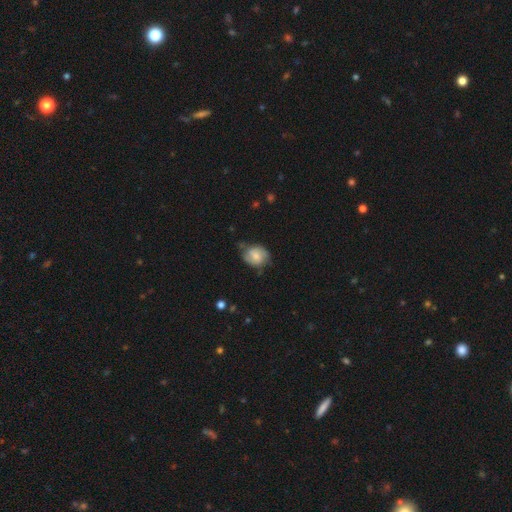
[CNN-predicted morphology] Smooth or featured? smooth (55%)
How rounded? round (55%)
Merging? none (52%)